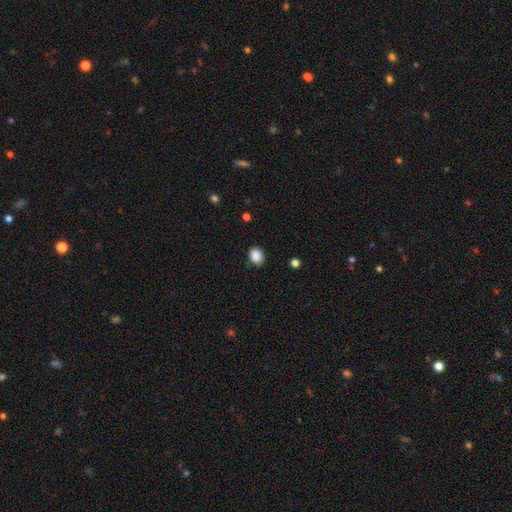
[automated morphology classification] smooth 88%, star or artifact 9%, featured or disk 3%. Down the decision tree: how rounded — in between (55%); merging — none (84%).